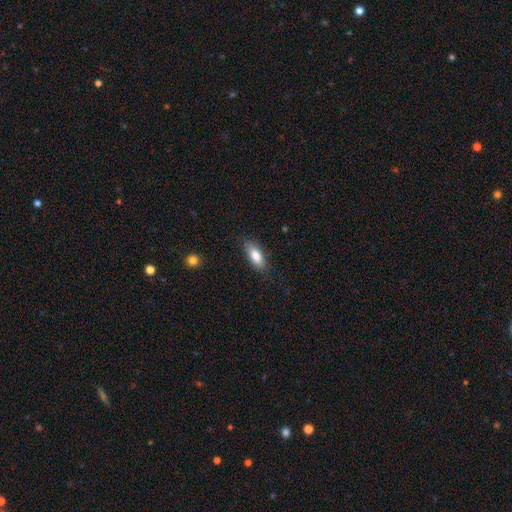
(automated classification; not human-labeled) Smooth or featured?
  - smooth: 82% *
  - featured or disk: 11%
  - star or artifact: 7%
How rounded?
  - in between: 79% *
  - cigar-shaped: 19%
  - round: 2%
Merging?
  - none: 81% *
  - minor disturbance: 15%
  - major disturbance: 3%
  - merger: 1%